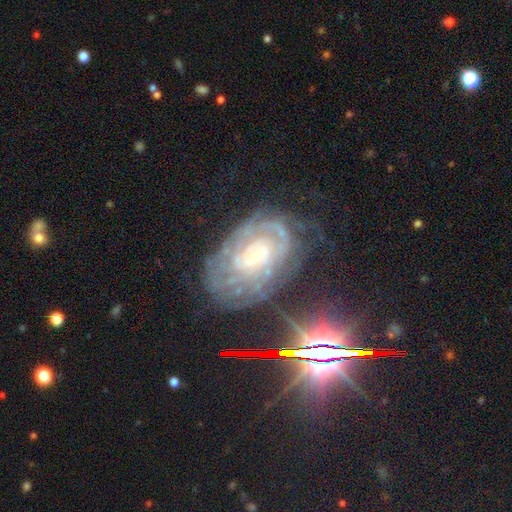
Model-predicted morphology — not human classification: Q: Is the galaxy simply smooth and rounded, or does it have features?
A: featured or disk — 79%.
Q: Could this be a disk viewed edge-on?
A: no — 95%.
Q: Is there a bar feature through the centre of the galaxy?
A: no — 71%.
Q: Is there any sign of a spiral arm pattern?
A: yes — 90%.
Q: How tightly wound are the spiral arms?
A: tight — 73%.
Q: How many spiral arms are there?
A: can't tell — 51%.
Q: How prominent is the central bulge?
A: small — 76%.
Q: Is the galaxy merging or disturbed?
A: none — 62%.